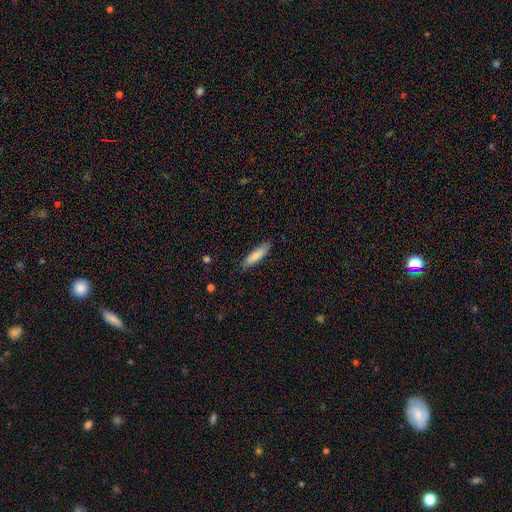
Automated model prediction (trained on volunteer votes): Smooth or featured? Predicted: smooth (p=0.82). How rounded? Predicted: cigar-shaped (p=0.64). Merging? Predicted: none (p=0.82).